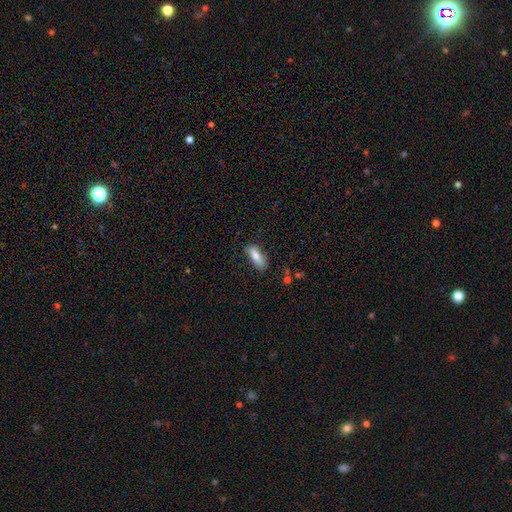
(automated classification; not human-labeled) Smooth or featured? smooth (80%)
How rounded? in between (71%)
Merging? none (70%)